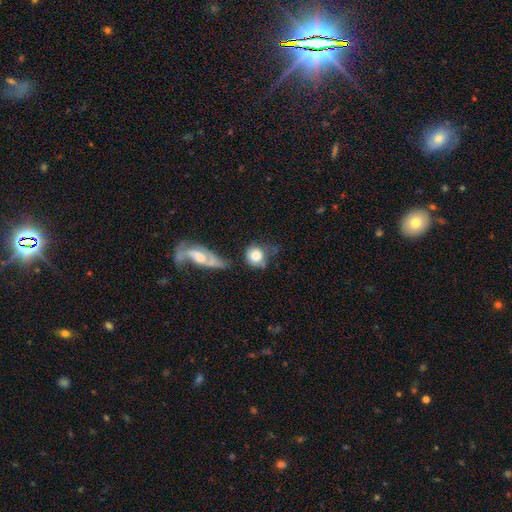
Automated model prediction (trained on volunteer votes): Smooth or featured: smooth — 76% (featured or disk — 17%)
How rounded: round — 81% (in between — 17%)
Merging: none — 44% (minor disturbance — 22%)